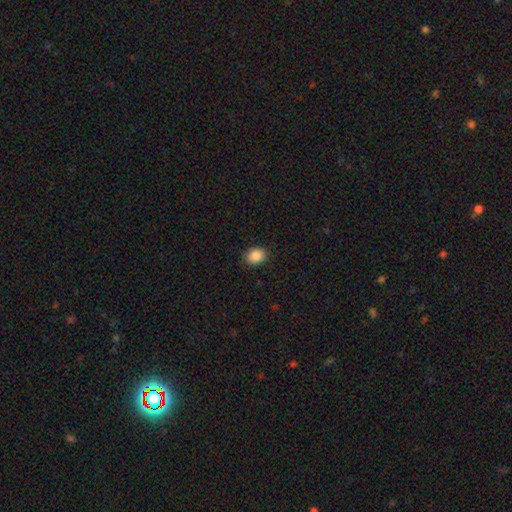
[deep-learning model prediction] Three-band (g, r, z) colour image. It shows a smooth galaxy with no disk features (89%) that is in between round and cigar-shaped (53%). Merging: none (88%).